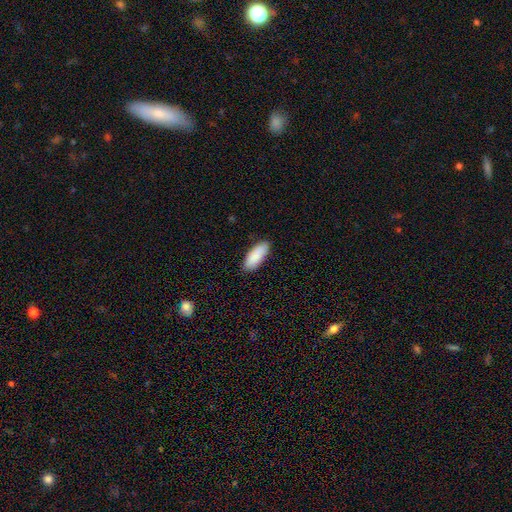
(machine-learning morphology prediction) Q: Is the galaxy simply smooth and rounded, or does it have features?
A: smooth — 90%.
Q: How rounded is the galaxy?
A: in between — 77%.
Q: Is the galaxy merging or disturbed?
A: none — 87%.